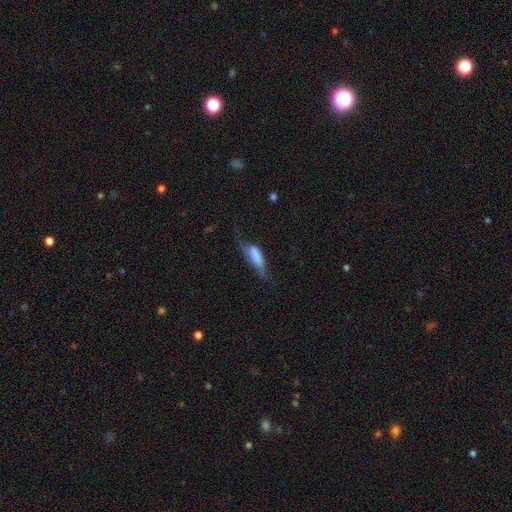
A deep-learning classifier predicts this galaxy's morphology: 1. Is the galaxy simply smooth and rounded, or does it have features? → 61% smooth, 32% featured or disk, 7% star or artifact.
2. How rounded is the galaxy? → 60% in between, 38% cigar-shaped, 3% round.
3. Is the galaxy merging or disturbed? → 38% major disturbance, 30% minor disturbance, 29% none, 4% merger.